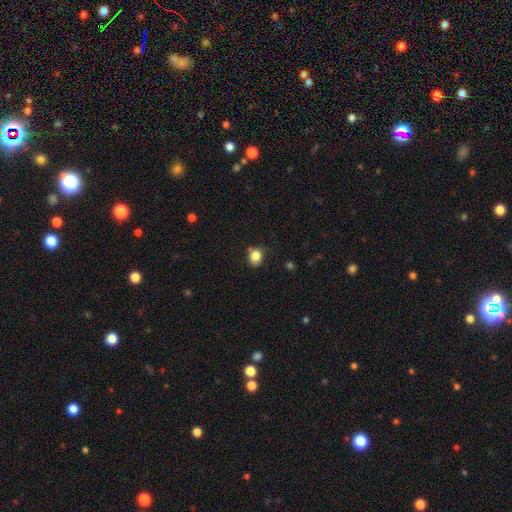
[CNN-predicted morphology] The model was most divided on "how rounded": round: 54%, in between: 45%, cigar-shaped: 1%. More confident: smooth or featured — smooth (84%); merging — none (71%).